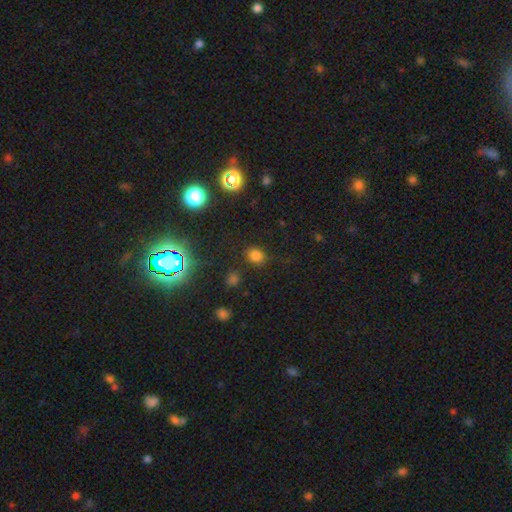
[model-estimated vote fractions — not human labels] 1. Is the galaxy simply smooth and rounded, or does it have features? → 73% smooth, 21% star or artifact, 6% featured or disk.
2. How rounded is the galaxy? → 66% round, 33% in between, 1% cigar-shaped.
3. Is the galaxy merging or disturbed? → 83% none, 11% minor disturbance, 4% major disturbance, 2% merger.